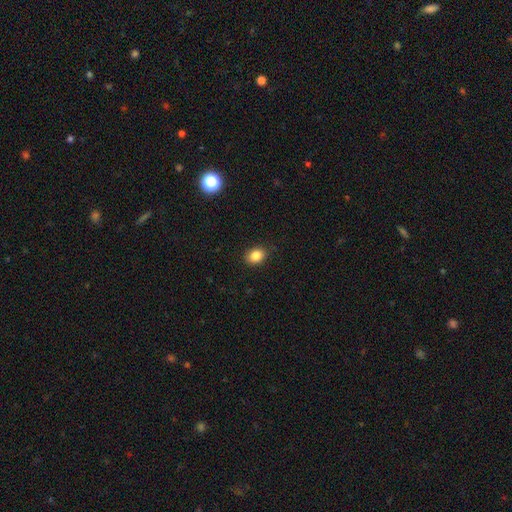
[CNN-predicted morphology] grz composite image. It shows a smooth galaxy with no disk features (85%) that is in between round and cigar-shaped (57%). Merging: none (87%).